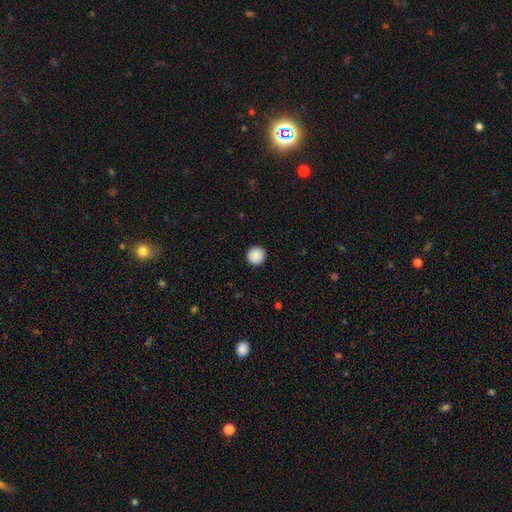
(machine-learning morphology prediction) type=smooth (89%); roundness=round (96%); merging=none (93%).